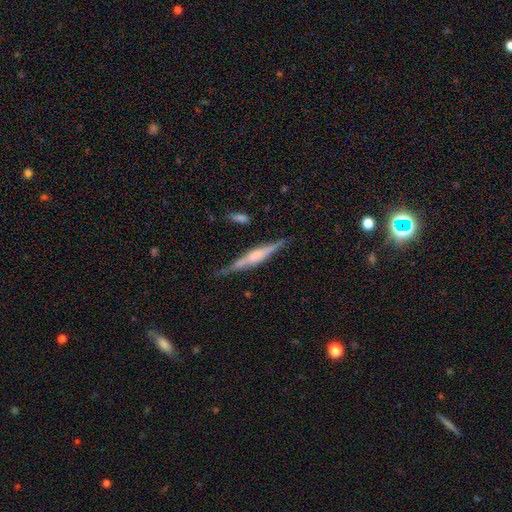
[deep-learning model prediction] Smooth or featured: featured or disk — 70% (smooth — 24%)
Edge-on disk: yes — 97% (no — 3%)
Edge-on bulge: rounded — 47% (boxy — 39%)
Merging: none — 80% (minor disturbance — 14%)